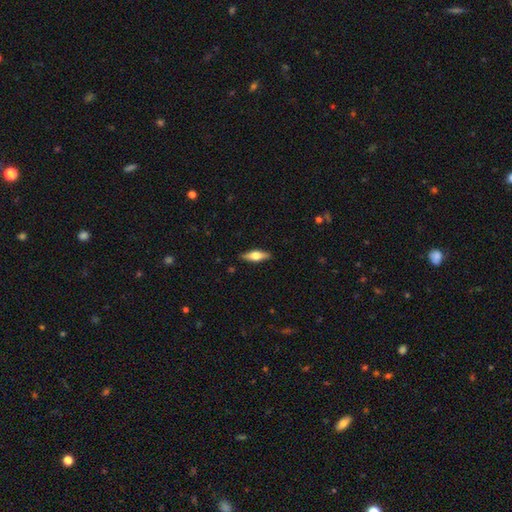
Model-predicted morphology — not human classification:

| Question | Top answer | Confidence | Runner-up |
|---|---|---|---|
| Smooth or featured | featured or disk | 47% | tied: smooth (47%) |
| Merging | none | 88% | minor disturbance (9%) |